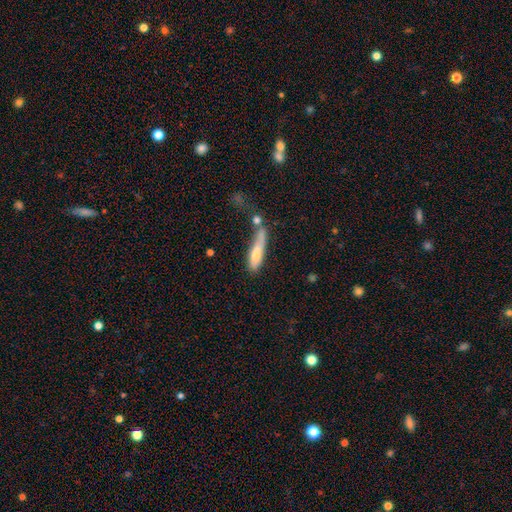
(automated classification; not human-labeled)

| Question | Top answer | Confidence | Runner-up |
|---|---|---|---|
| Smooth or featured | smooth | 69% | featured or disk (24%) |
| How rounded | cigar-shaped | 75% | in between (23%) |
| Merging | none | 34% | merger (26%) |